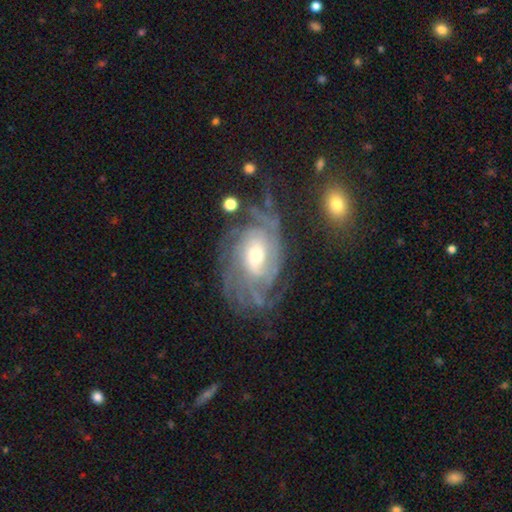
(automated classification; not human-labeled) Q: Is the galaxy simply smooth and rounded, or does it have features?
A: featured or disk — 86%.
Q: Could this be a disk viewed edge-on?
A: no — 96%.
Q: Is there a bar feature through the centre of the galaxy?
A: no — 61%.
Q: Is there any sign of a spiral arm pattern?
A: yes — 94%.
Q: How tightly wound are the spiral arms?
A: tight — 61%.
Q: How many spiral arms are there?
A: can't tell — 39%.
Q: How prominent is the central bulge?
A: moderate — 54%.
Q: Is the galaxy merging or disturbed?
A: none — 57%.